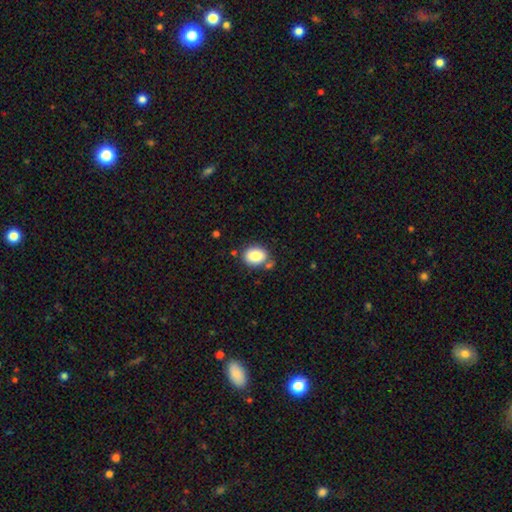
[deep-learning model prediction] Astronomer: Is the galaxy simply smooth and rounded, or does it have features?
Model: smooth — 84%.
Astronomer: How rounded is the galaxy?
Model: in between — 55% (runner-up: round, 44%).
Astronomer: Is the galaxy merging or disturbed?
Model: none — 71%.